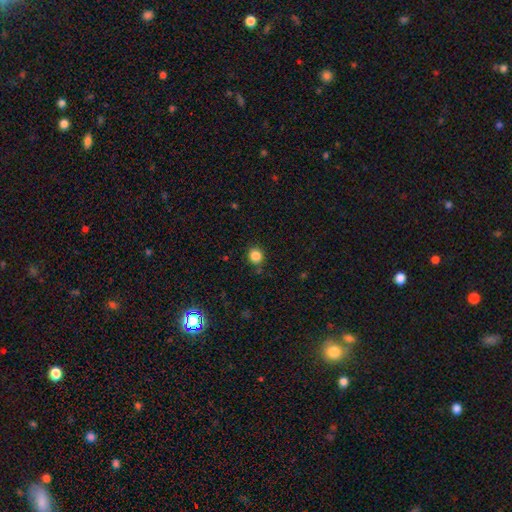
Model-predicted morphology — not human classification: This appears to be a smooth galaxy with no disk features (84%) that is round (87%). Merging: none (86%).